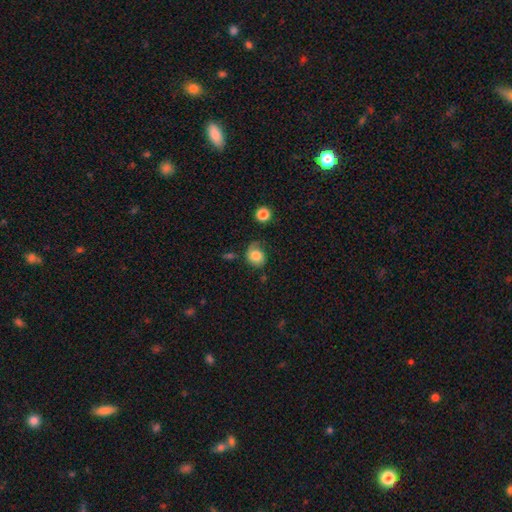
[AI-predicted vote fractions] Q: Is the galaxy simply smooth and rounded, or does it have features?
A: smooth — 75%.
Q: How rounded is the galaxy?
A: round — 60%.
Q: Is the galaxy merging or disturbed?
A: none — 50%.